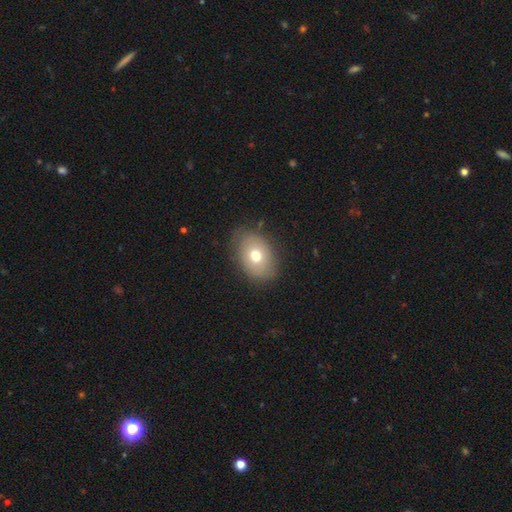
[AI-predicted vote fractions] Smooth or featured? Predicted: smooth (p=0.69). How rounded? Predicted: in between (p=0.76). Merging? Predicted: none (p=0.79).